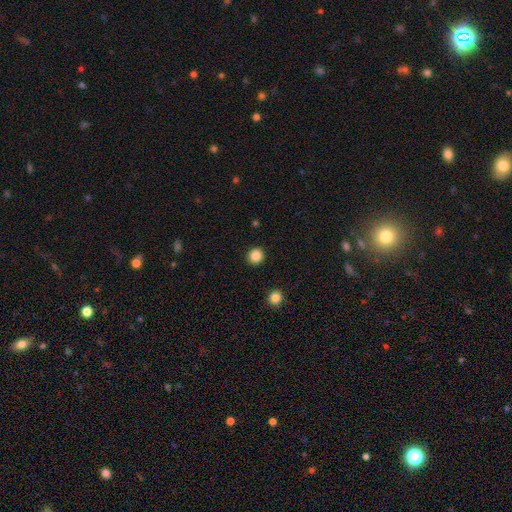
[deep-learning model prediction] Morphology: type=smooth (86%); roundness=round (91%); merging=none (92%).